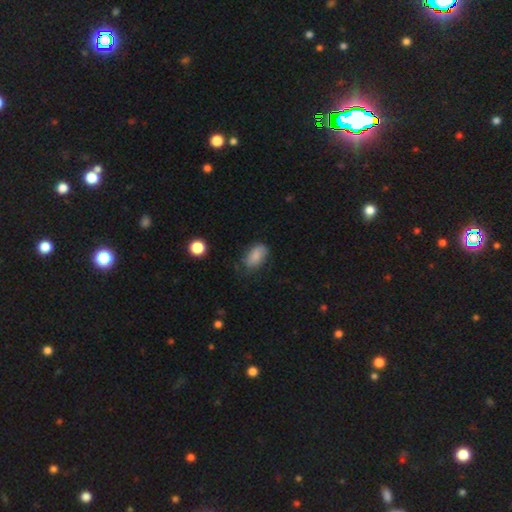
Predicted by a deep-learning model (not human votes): Smooth or featured? Predicted: smooth (p=0.82). How rounded? Predicted: in between (p=0.91). Merging? Predicted: none (p=0.62).